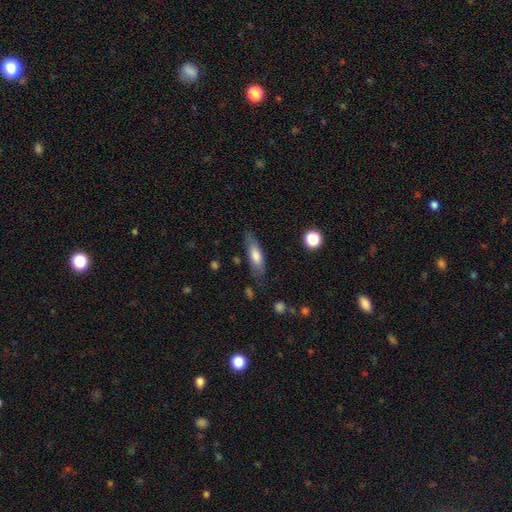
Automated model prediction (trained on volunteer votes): Q: Smooth or featured?
A: smooth (70%); runner-up: featured or disk (23%)
Q: How rounded?
A: in between (51%); runner-up: cigar-shaped (47%)
Q: Merging?
A: none (75%); runner-up: minor disturbance (18%)